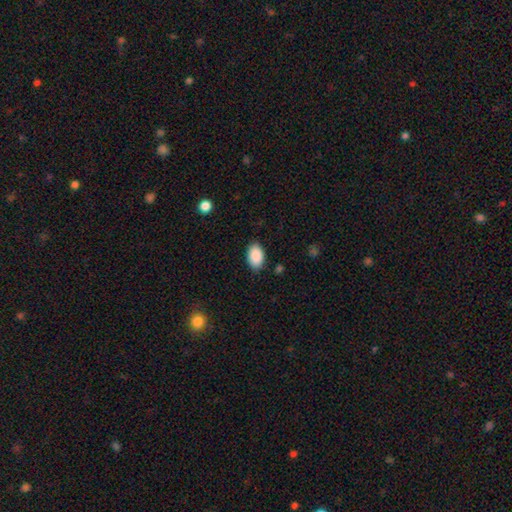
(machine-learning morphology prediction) smooth-or-featured: smooth: 90% | star or artifact: 7% | featured or disk: 4%
  how-rounded: in between: 93% | round: 6% | cigar-shaped: 1%
  merging: none: 85% | minor disturbance: 11% | major disturbance: 2% | merger: 1%